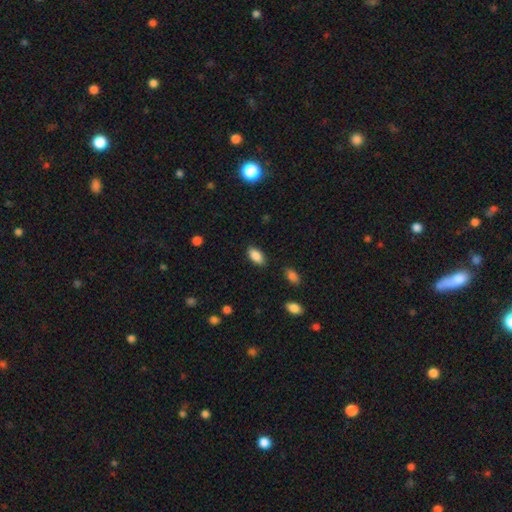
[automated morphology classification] Smooth or featured? smooth (88%)
How rounded? in between (92%)
Merging? none (85%)